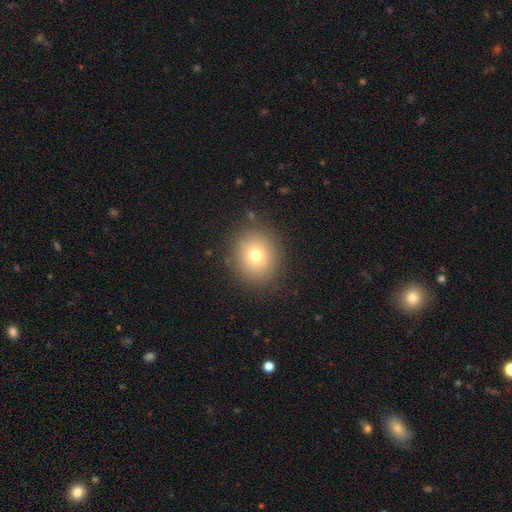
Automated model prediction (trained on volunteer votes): This is likely a smooth galaxy (75%). How rounded: clearly round (87%). Merging: clearly none (87%).